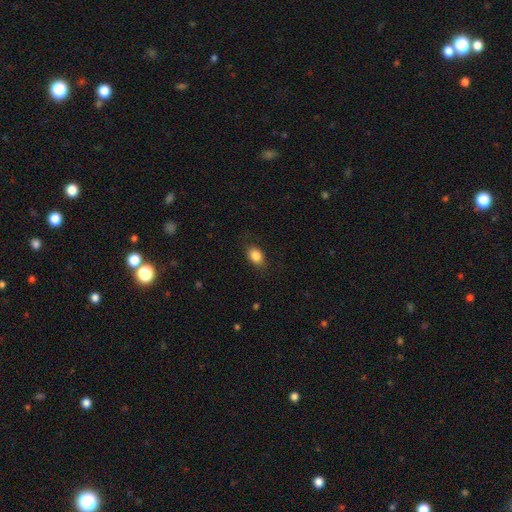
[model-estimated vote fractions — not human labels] Q: Smooth or featured?
A: smooth (85%); runner-up: star or artifact (8%)
Q: How rounded?
A: in between (76%); runner-up: round (22%)
Q: Merging?
A: none (83%); runner-up: minor disturbance (13%)